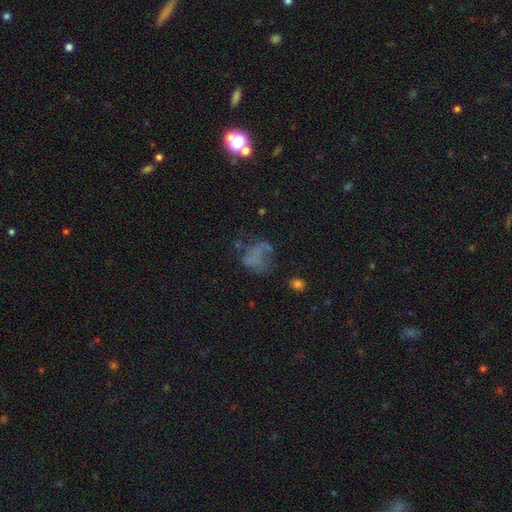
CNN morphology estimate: A smooth galaxy with no disk features (41%). Merging: major disturbance (39%).